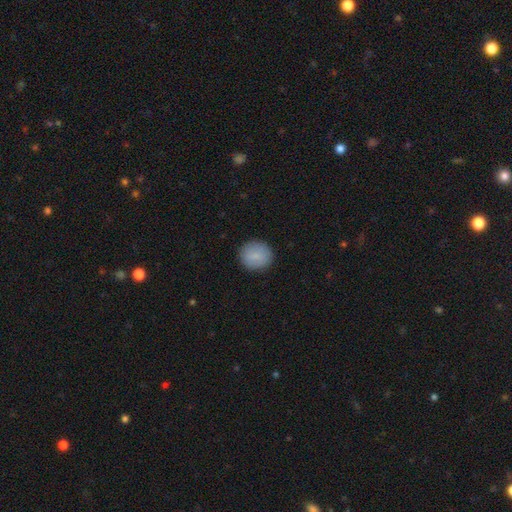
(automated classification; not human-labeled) Smooth or featured? Predicted: smooth (p=0.85). How rounded? Predicted: round (p=0.88). Merging? Predicted: none (p=0.89).